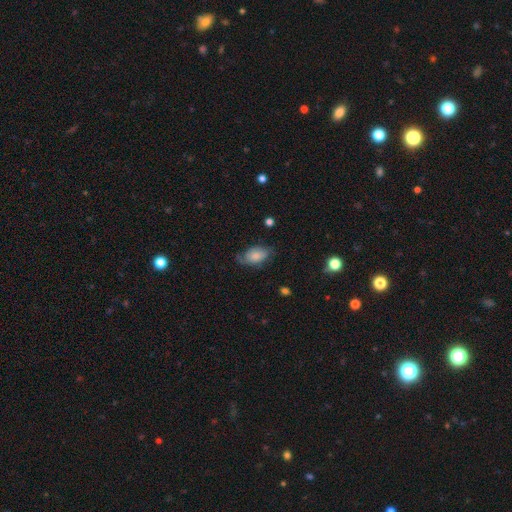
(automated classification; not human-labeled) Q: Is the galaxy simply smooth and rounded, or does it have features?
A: smooth — 66%.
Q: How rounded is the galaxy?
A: in between — 91%.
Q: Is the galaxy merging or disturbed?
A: none — 56%.